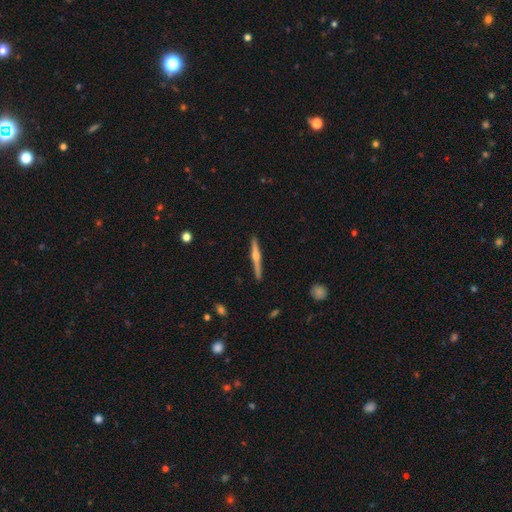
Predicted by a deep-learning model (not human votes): Morphology: type=featured or disk (68%); edge-on=yes (98%); edge-on bulge=rounded (87%); merging=none (91%).